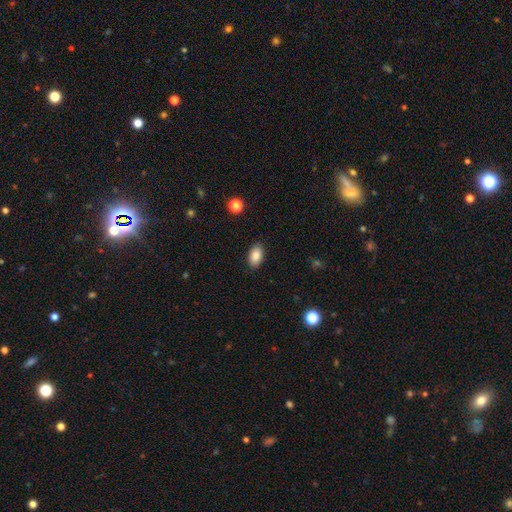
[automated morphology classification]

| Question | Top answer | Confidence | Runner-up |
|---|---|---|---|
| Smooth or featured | smooth | 86% | star or artifact (8%) |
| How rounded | in between | 93% | round (5%) |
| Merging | none | 89% | minor disturbance (8%) |